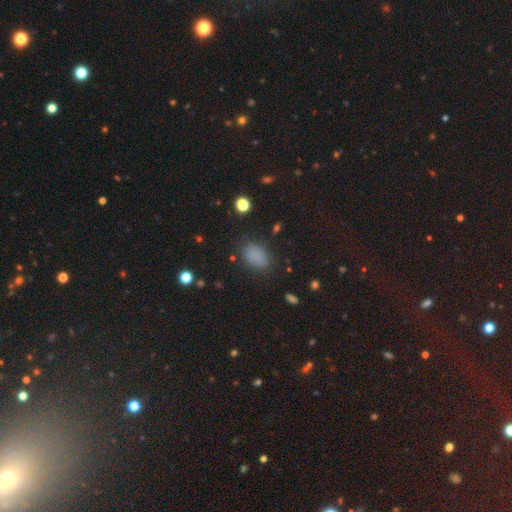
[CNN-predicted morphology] smooth 81%, star or artifact 14%, featured or disk 5%. Down the decision tree: how rounded — in between (83%); merging — none (78%).